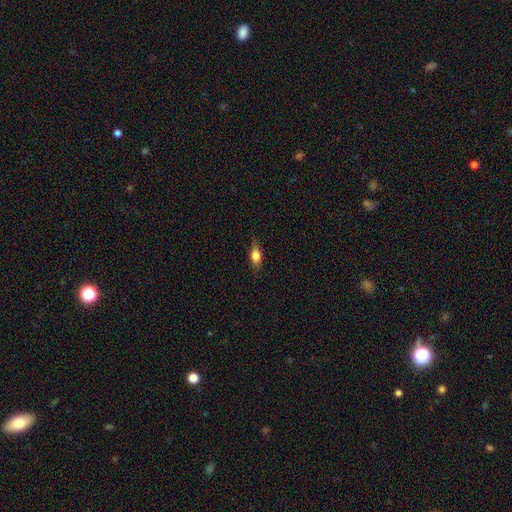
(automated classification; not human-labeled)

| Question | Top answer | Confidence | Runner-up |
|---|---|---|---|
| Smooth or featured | smooth | 71% | featured or disk (20%) |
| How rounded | in between | 73% | cigar-shaped (19%) |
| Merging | none | 80% | minor disturbance (16%) |